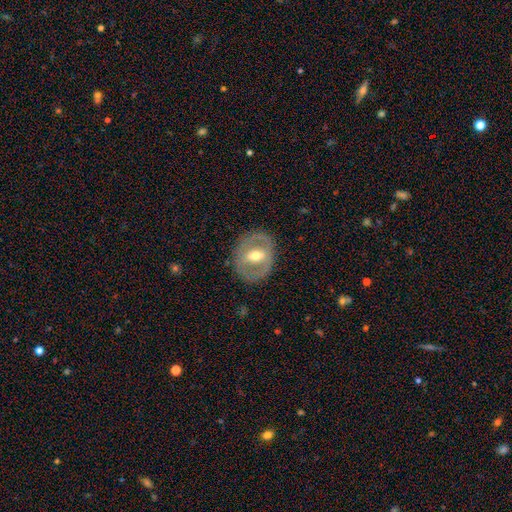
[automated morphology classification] This appears to be a featured or disk galaxy (68%) with a weak bar (38%, tied with strong), no spiral arms (66%) and a moderate central bulge (73%). Merging: none (82%).